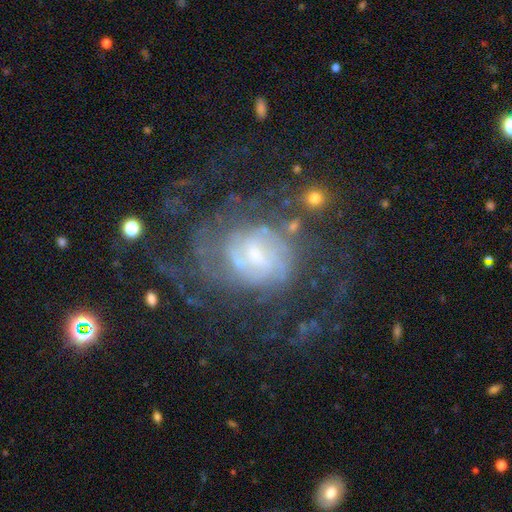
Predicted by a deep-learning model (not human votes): The model was most divided on "bulge size": small: 45%, moderate: 38%, none: 9%, large: 6%, dominant: 2%. Remaining: edge-on disk — no (98%); spiral arms — yes (84%); smooth or featured — featured or disk (79%); merging — none (54%); bar — weak (48%); spiral arm count — can't tell (45%); spiral winding — tight (44%).